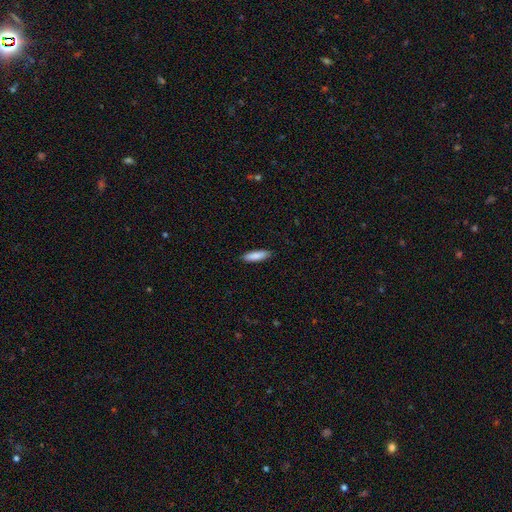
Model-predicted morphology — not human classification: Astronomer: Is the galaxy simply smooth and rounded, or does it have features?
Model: smooth — 87%.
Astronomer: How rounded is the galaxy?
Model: cigar-shaped — 62%.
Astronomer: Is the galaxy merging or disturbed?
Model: none — 89%.